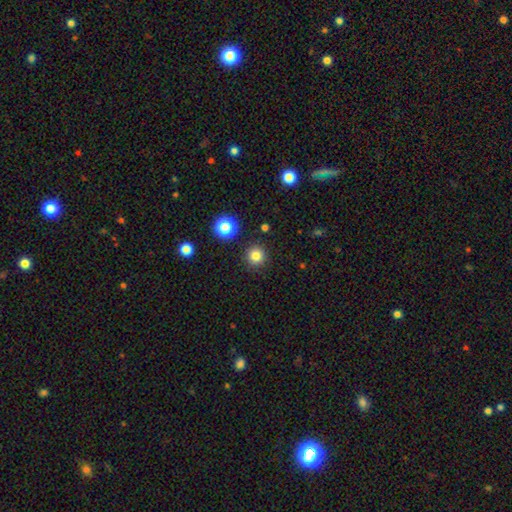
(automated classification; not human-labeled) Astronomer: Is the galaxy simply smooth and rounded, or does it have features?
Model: smooth — 82%.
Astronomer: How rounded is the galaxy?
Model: round — 95%.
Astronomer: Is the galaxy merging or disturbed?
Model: none — 90%.